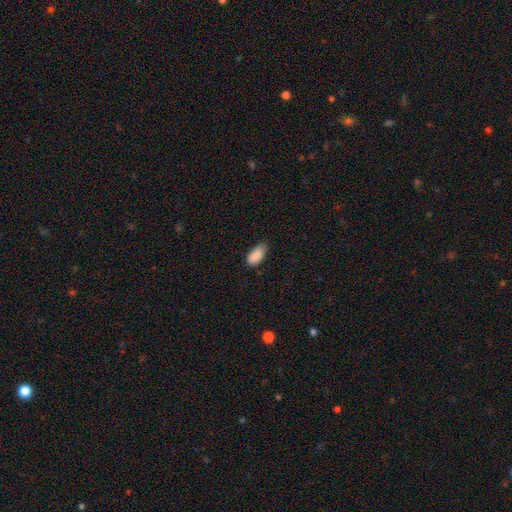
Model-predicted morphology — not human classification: A smooth galaxy with no disk features (89%) that is in between round and cigar-shaped (93%).

Vote fractions:
- Smooth or featured? smooth: 89% / star or artifact: 7% / featured or disk: 4%
- How rounded? in between: 93% / cigar-shaped: 4% / round: 3%
- Merging? none: 62% / minor disturbance: 32% / major disturbance: 5% / merger: 1%